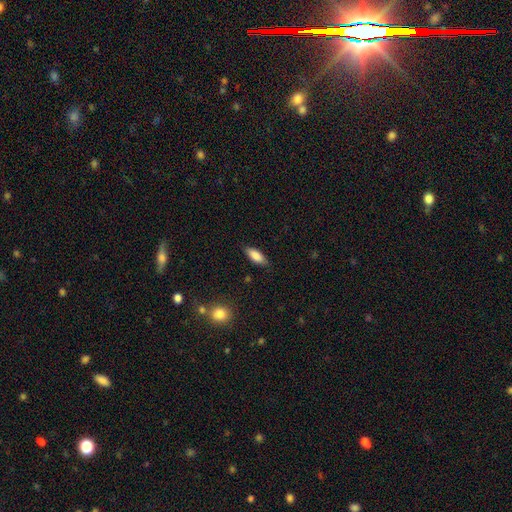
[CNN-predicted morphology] This appears to be a smooth galaxy with no disk features (84%) that is in between round and cigar-shaped (75%). Merging: none (83%).